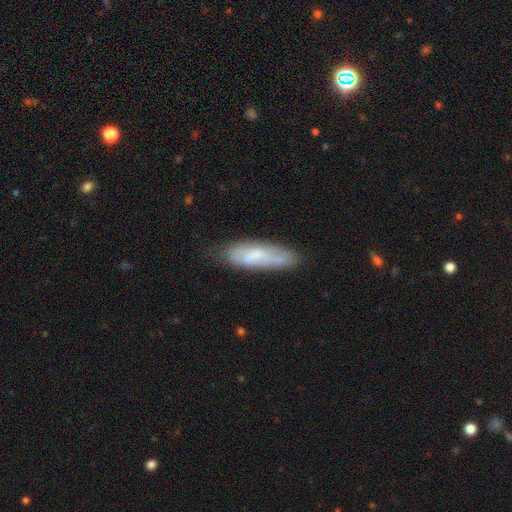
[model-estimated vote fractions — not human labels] Smooth or featured: smooth — 58% (featured or disk — 34%)
How rounded: cigar-shaped — 54% (in between — 45%)
Merging: none — 63% (minor disturbance — 26%)